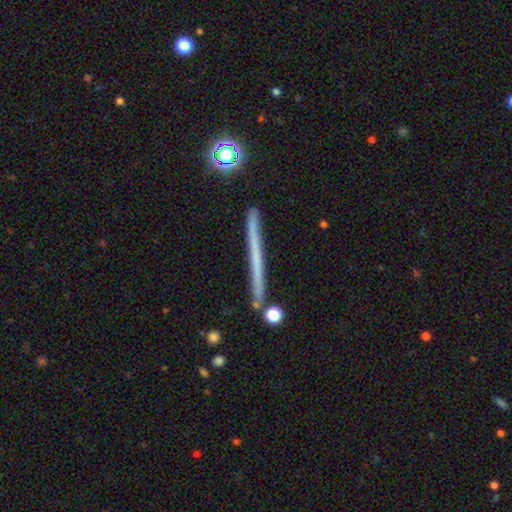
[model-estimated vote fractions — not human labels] featured or disk 49%, smooth 43%, star or artifact 9%. Down the decision tree: merging — none (89%).